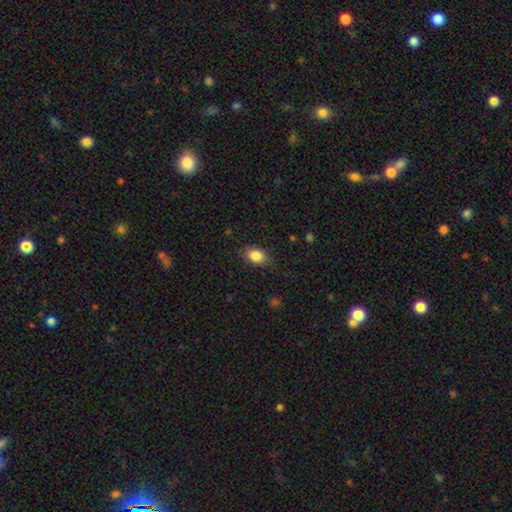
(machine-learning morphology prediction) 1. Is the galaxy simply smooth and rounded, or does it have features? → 86% smooth, 8% star or artifact, 6% featured or disk.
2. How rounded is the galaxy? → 83% in between, 16% round, 2% cigar-shaped.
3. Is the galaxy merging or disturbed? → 81% none, 14% minor disturbance, 4% major disturbance, 1% merger.